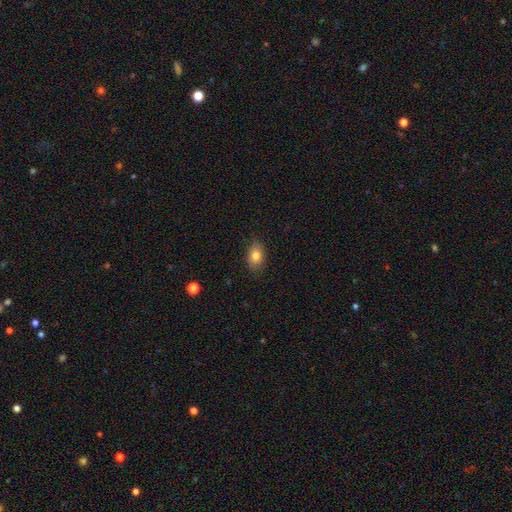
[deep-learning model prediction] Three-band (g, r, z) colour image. It shows a smooth galaxy with no disk features (81%) that is in between round and cigar-shaped (81%). Merging: none (84%).